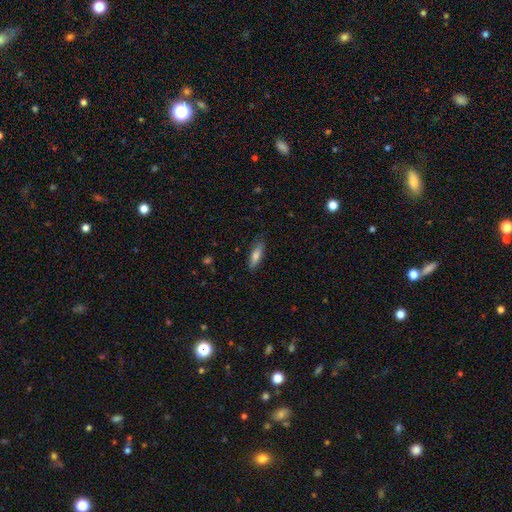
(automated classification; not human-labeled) Smooth or featured: smooth — 75% (featured or disk — 19%)
How rounded: cigar-shaped — 55% (in between — 43%)
Merging: none — 82% (minor disturbance — 14%)